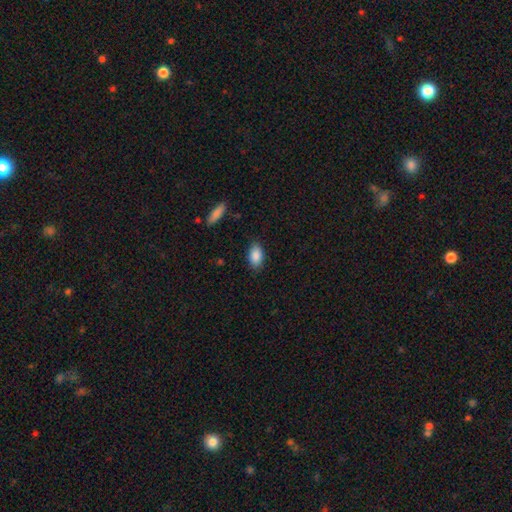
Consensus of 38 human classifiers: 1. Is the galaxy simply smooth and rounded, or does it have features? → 84% smooth, 8% featured or disk, 8% star or artifact.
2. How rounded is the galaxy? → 88% in between, 6% round, 6% cigar-shaped.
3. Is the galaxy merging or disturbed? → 86% none, 11% major disturbance, 3% minor disturbance, 0% merger.